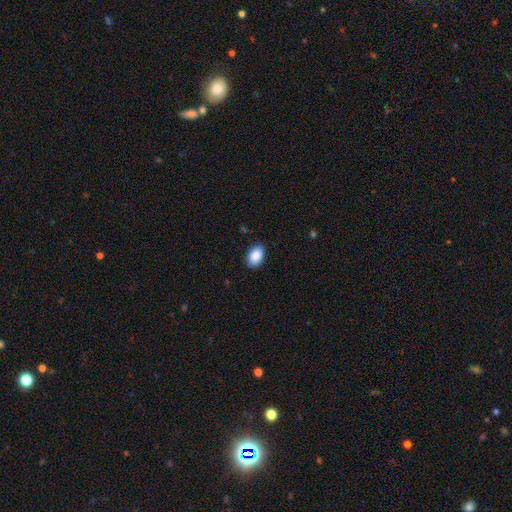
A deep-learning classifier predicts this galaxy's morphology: smooth_or_featured: smooth (p=0.90) [alt: star or artifact p=0.07]
how_rounded: in between (p=0.89) [alt: round p=0.09]
merging: none (p=0.84) [alt: minor disturbance p=0.12]